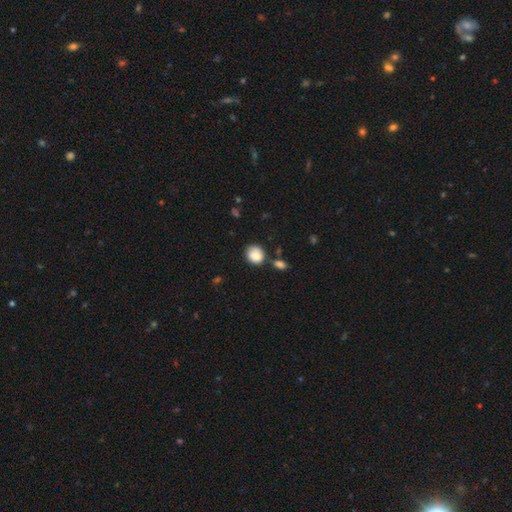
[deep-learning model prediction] Smooth or featured? smooth (83%)
How rounded? round (77%)
Merging? none (62%)